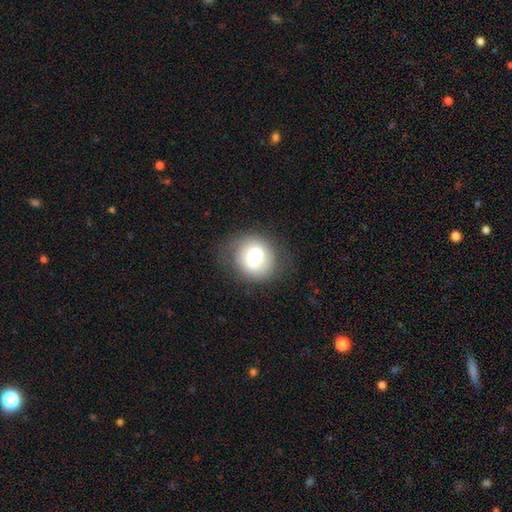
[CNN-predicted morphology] The model was most divided on "smooth or featured": smooth: 70%, featured or disk: 20%, star or artifact: 10%. More confident: how rounded — round (83%); merging — none (74%).